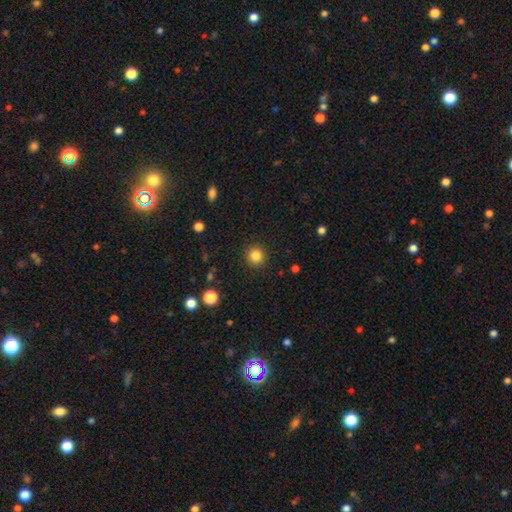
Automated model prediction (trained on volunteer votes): A smooth galaxy with no disk features (84%) that is round (91%).

Vote fractions:
- Smooth or featured? smooth: 84% / star or artifact: 11% / featured or disk: 5%
- How rounded? round: 91% / in between: 8% / cigar-shaped: 1%
- Merging? none: 91% / minor disturbance: 6% / major disturbance: 2% / merger: 1%